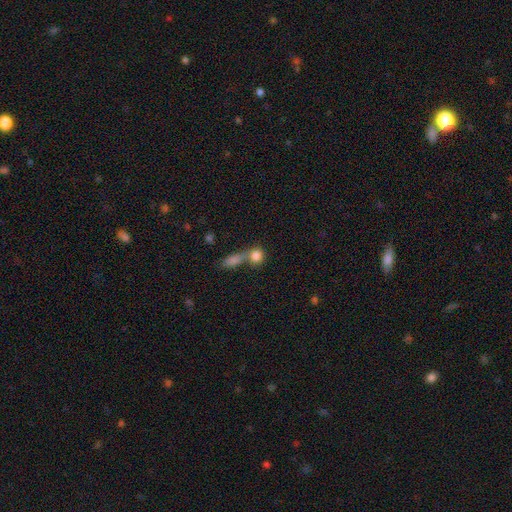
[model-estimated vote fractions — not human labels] This appears to be a smooth galaxy with no disk features (82%) that is round (70%). Merging: merger (51%).